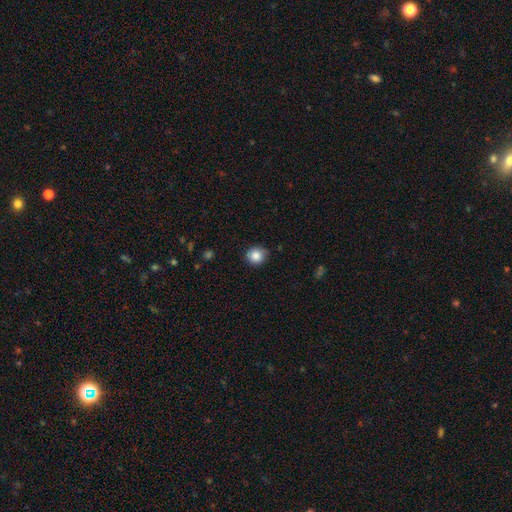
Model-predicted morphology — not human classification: Smooth or featured?
  - smooth: 86% *
  - star or artifact: 10%
  - featured or disk: 4%
How rounded?
  - round: 89% *
  - in between: 10%
  - cigar-shaped: 1%
Merging?
  - none: 80% *
  - minor disturbance: 16%
  - major disturbance: 3%
  - merger: 1%